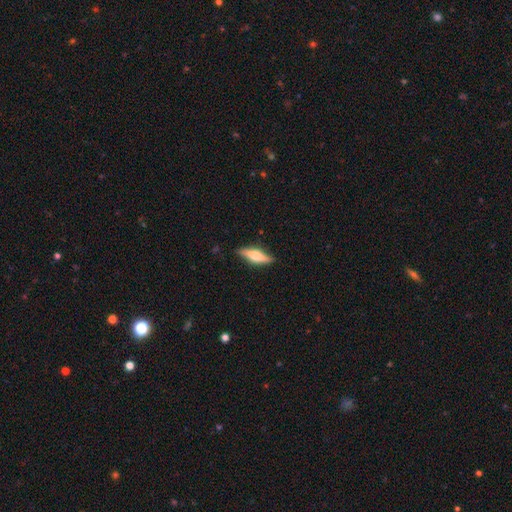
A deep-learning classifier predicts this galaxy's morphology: A featured or disk galaxy (49%).

Vote fractions:
- Smooth or featured? featured or disk: 49% / smooth: 45% / star or artifact: 6%
- Merging? none: 84% / minor disturbance: 13% / major disturbance: 3% / merger: 1%